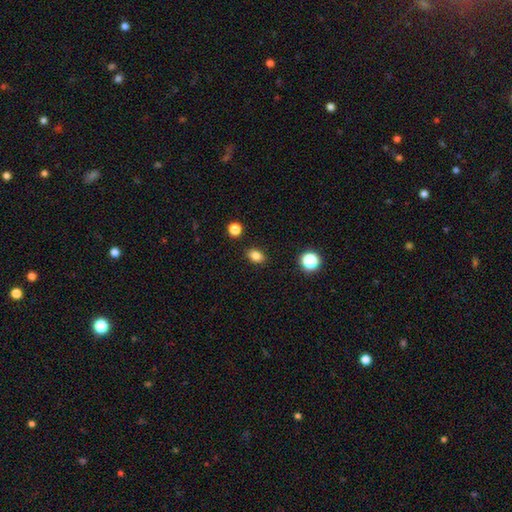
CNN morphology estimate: This appears to be a smooth galaxy with no disk features (82%) that is in between round and cigar-shaped (75%). Merging: none (87%).